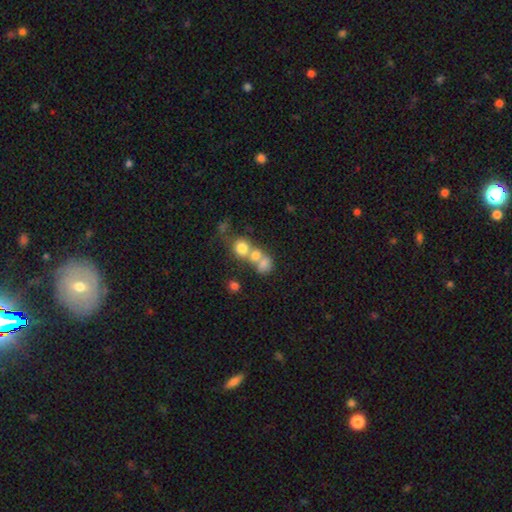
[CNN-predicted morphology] Smooth or featured? smooth (69%)
How rounded? round (70%)
Merging? merger (60%)